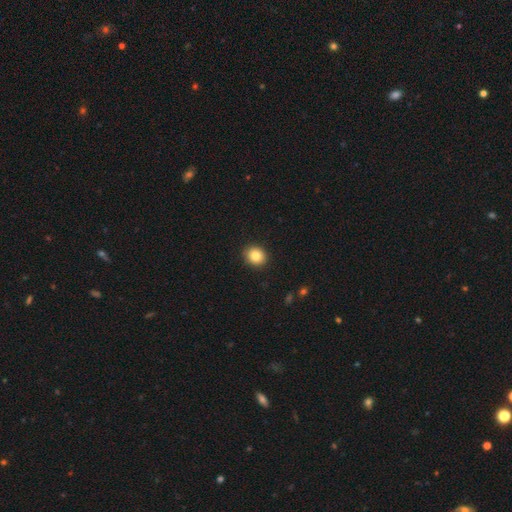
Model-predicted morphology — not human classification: Smooth or featured? Predicted: smooth (p=0.83). How rounded? Predicted: round (p=0.77). Merging? Predicted: none (p=0.92).